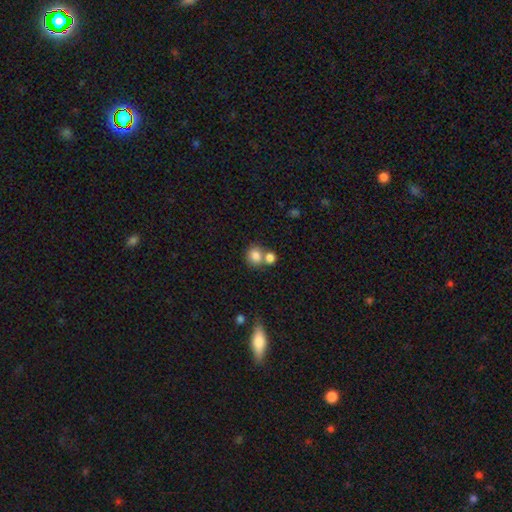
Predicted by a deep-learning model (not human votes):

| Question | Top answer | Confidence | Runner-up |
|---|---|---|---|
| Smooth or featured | smooth | 82% | star or artifact (10%) |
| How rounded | round | 80% | in between (19%) |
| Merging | none | 49% | merger (39%) |